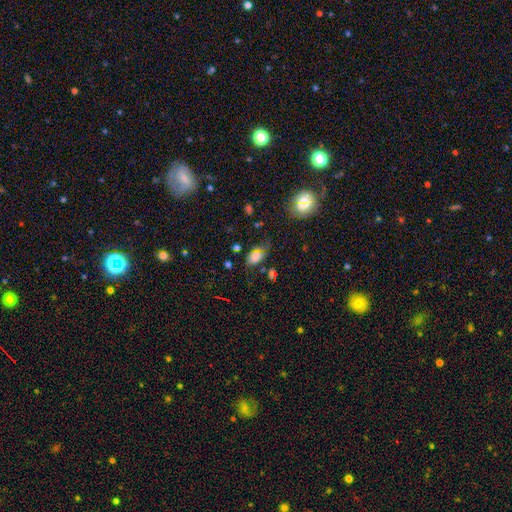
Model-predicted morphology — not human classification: A smooth galaxy with no disk features (67%) that is in between round and cigar-shaped (87%).

Vote fractions:
- Smooth or featured? smooth: 67% / star or artifact: 21% / featured or disk: 12%
- How rounded? in between: 87% / round: 9% / cigar-shaped: 4%
- Merging? none: 59% / minor disturbance: 26% / major disturbance: 11% / merger: 4%